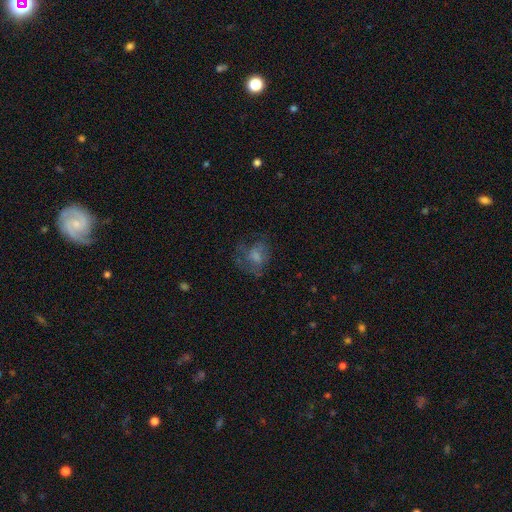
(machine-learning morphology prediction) type=smooth (43%); merging=none (55%).